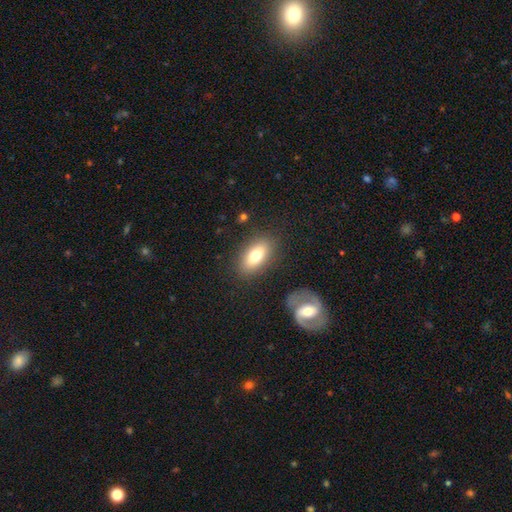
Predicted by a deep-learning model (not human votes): A smooth galaxy with no disk features (73%) that is in between round and cigar-shaped (87%).

Vote fractions:
- Smooth or featured? smooth: 73% / featured or disk: 19% / star or artifact: 8%
- How rounded? in between: 87% / cigar-shaped: 7% / round: 6%
- Merging? none: 83% / minor disturbance: 10% / major disturbance: 4% / merger: 3%